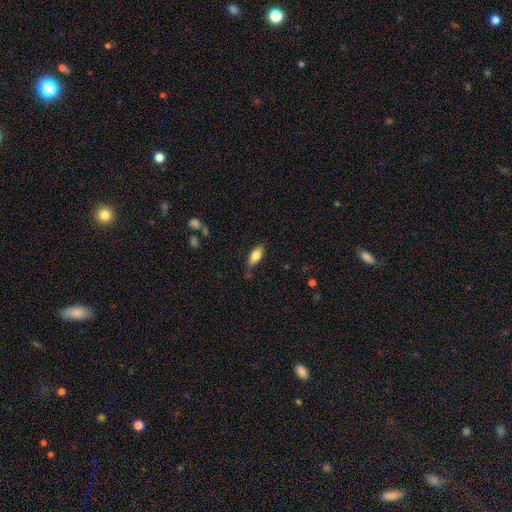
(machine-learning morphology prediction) smooth-or-featured: smooth: 71% | featured or disk: 23% | star or artifact: 7%
  how-rounded: in between: 74% | cigar-shaped: 24% | round: 3%
  merging: none: 76% | minor disturbance: 17% | major disturbance: 4% | merger: 2%